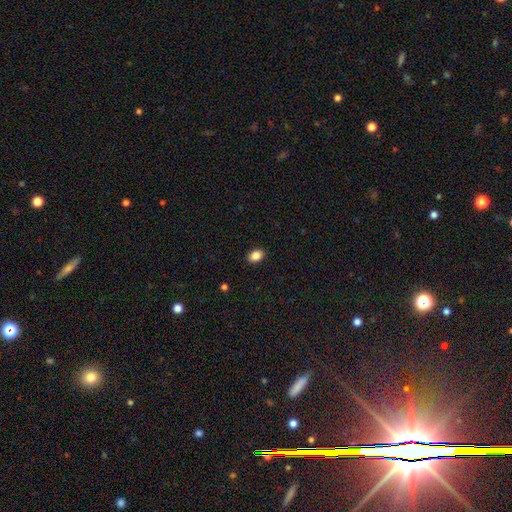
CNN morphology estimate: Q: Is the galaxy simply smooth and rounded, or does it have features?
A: smooth — 86%.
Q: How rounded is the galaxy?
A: in between — 75%.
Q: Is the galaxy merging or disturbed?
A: none — 90%.